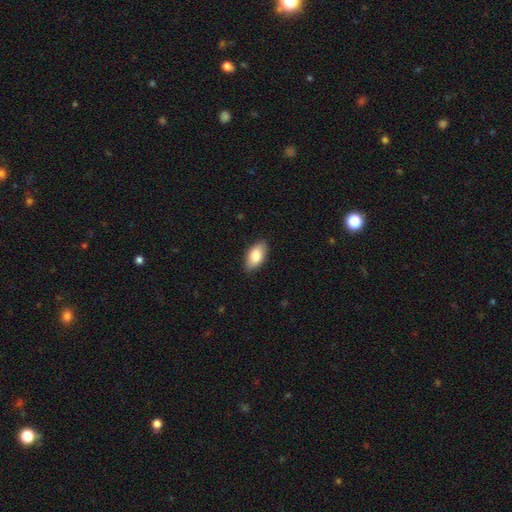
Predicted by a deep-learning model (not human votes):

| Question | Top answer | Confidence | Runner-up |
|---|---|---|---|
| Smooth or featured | smooth | 82% | featured or disk (12%) |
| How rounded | in between | 92% | cigar-shaped (4%) |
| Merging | none | 87% | minor disturbance (10%) |